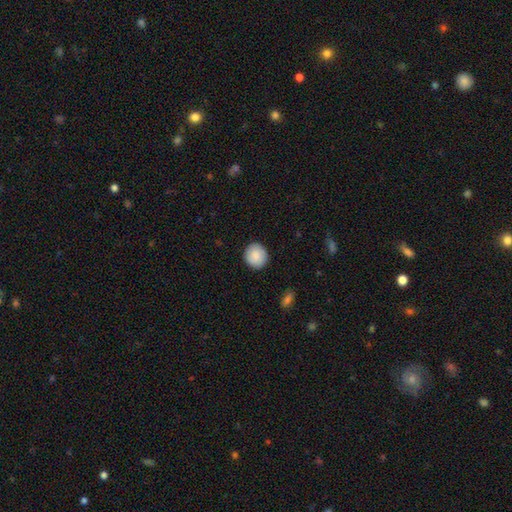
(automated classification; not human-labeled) Smooth or featured: smooth — 87% (featured or disk — 7%)
How rounded: round — 89% (in between — 10%)
Merging: none — 90% (minor disturbance — 7%)